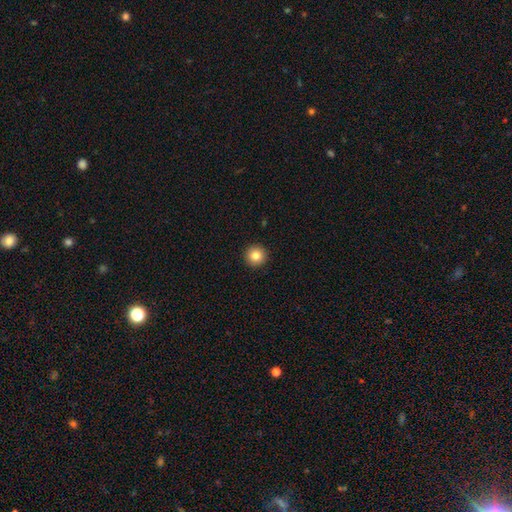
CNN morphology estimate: This appears to be a smooth galaxy with no disk features (83%) that is round (96%). Merging: none (94%).